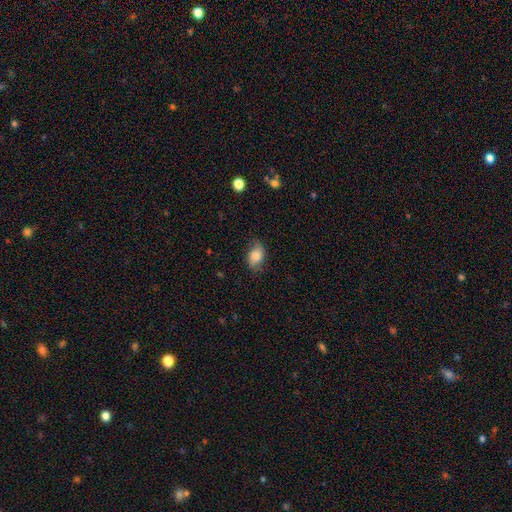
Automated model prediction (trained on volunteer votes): smooth_or_featured: smooth (p=0.80) [alt: featured or disk p=0.13]
how_rounded: in between (p=0.82) [alt: round p=0.17]
merging: none (p=0.72) [alt: minor disturbance p=0.21]